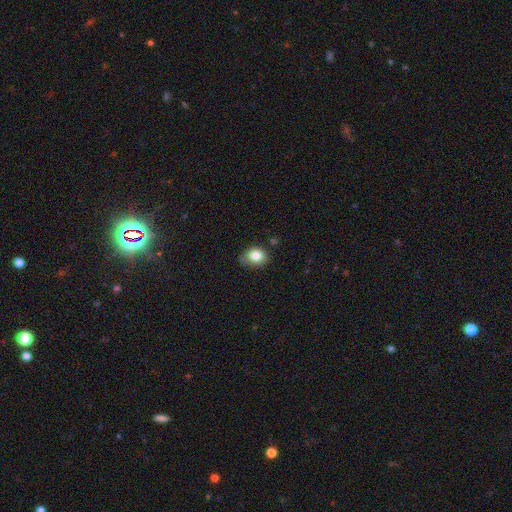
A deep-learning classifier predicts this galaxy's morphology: Smooth or featured? Predicted: smooth (p=0.83). How rounded? Predicted: in between (p=0.53). Merging? Predicted: none (p=0.61).